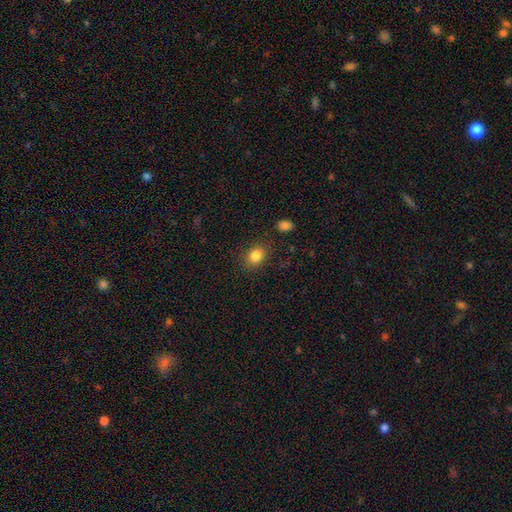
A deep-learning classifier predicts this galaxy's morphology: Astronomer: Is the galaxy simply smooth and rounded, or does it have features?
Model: smooth — 84%.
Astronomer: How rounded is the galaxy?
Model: in between — 54% (runner-up: round, 45%).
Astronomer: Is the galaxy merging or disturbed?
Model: none — 83%.